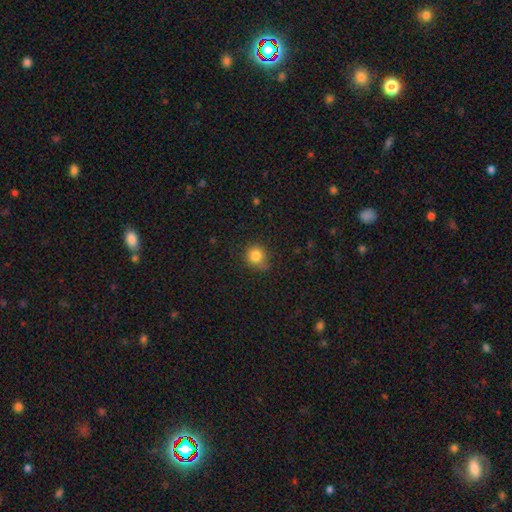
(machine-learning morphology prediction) A smooth galaxy with no disk features (83%) that is round (85%).

Vote fractions:
- Smooth or featured? smooth: 83% / star or artifact: 11% / featured or disk: 6%
- How rounded? round: 85% / in between: 14% / cigar-shaped: 1%
- Merging? none: 69% / minor disturbance: 24% / major disturbance: 5% / merger: 2%